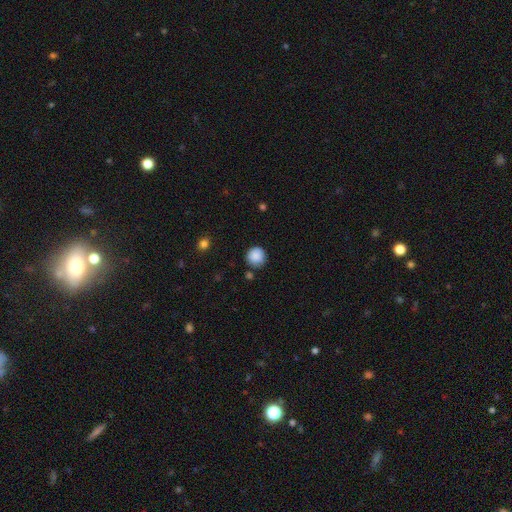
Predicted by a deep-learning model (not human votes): A smooth galaxy with no disk features (88%) that is round (94%).

Vote fractions:
- Smooth or featured? smooth: 88% / star or artifact: 8% / featured or disk: 4%
- How rounded? round: 94% / in between: 5% / cigar-shaped: 1%
- Merging? none: 82% / minor disturbance: 12% / merger: 4% / major disturbance: 3%